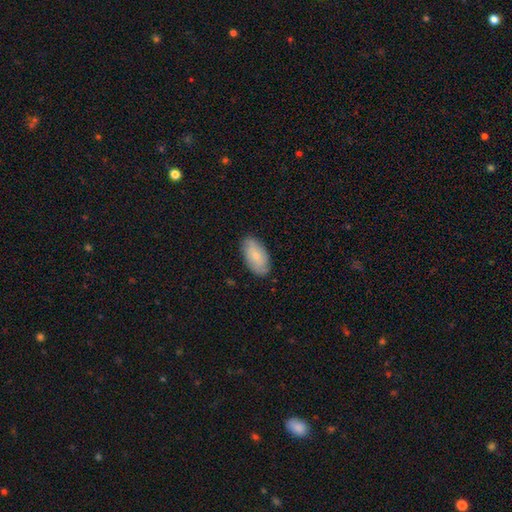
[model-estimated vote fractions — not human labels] Q: Smooth or featured?
A: smooth (67%); runner-up: featured or disk (27%)
Q: How rounded?
A: in between (94%); runner-up: cigar-shaped (3%)
Q: Merging?
A: none (83%); runner-up: minor disturbance (14%)